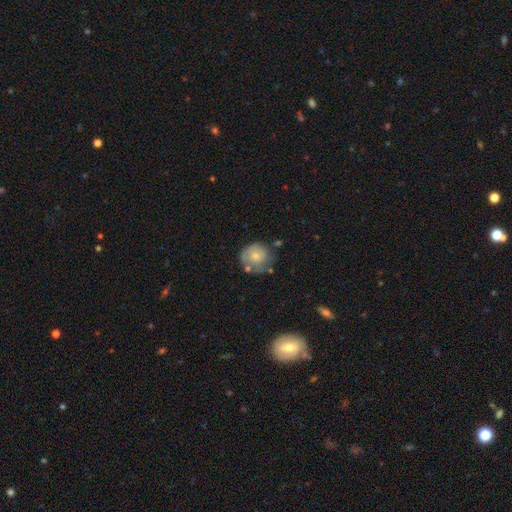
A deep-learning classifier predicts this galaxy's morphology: type=smooth (58%); roundness=round (85%); merging=none (55%).